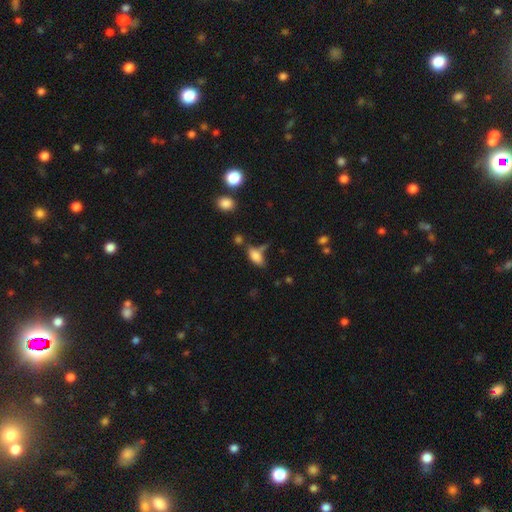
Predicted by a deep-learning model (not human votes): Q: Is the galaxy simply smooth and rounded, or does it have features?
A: smooth — 79%.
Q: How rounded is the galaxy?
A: in between — 86%.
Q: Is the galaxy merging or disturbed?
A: none — 51%.